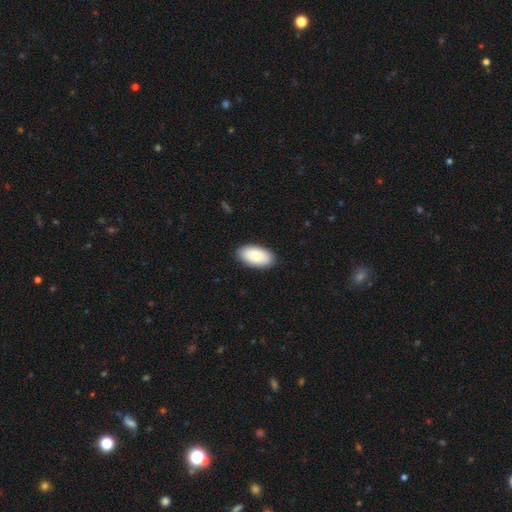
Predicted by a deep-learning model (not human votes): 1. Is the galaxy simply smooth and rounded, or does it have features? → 83% smooth, 12% featured or disk, 5% star or artifact.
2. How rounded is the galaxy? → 96% in between, 2% round, 2% cigar-shaped.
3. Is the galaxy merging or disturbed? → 89% none, 9% minor disturbance, 2% major disturbance, 1% merger.